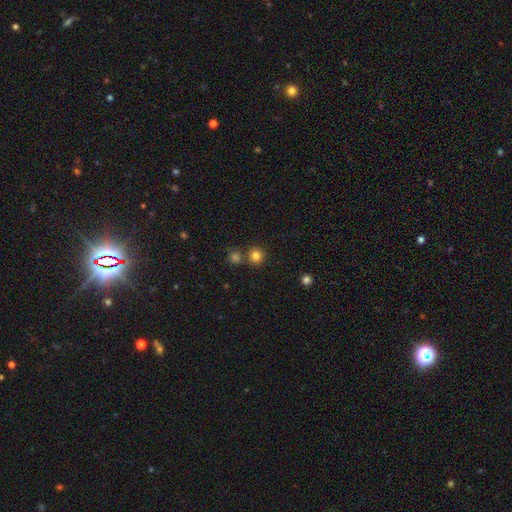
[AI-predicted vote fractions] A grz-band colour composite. It shows a smooth galaxy with no disk features (81%) that is round (93%). Merging: none (77%).